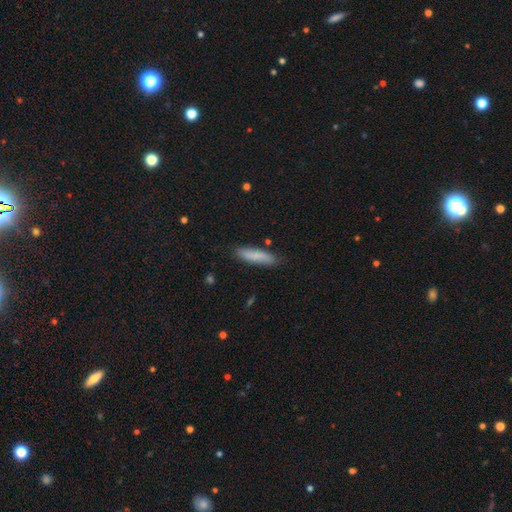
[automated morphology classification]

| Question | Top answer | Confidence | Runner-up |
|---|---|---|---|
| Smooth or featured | smooth | 83% | featured or disk (11%) |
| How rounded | cigar-shaped | 70% | in between (28%) |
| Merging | none | 85% | minor disturbance (12%) |